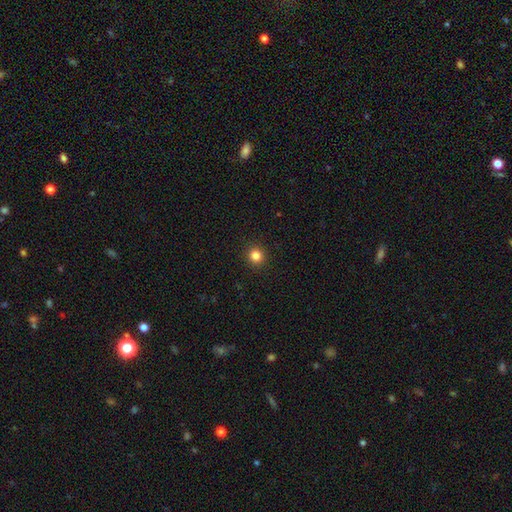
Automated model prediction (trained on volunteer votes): Smooth or featured: smooth — 84% (star or artifact — 12%)
How rounded: round — 92% (in between — 7%)
Merging: none — 93% (minor disturbance — 5%)